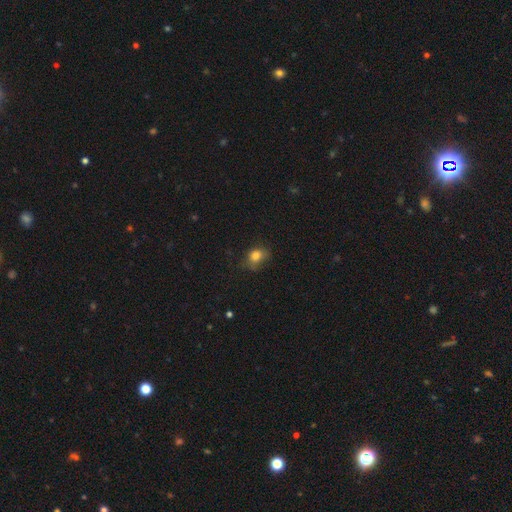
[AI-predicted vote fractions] Morphology: type=smooth (80%); roundness=round (52%); merging=none (60%).